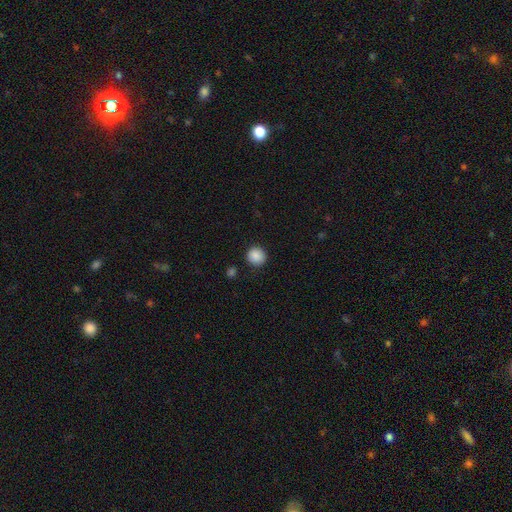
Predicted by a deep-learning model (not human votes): The model was most divided on "smooth or featured": smooth: 88%, star or artifact: 8%, featured or disk: 3%. More confident: how rounded — round (92%); merging — none (89%).